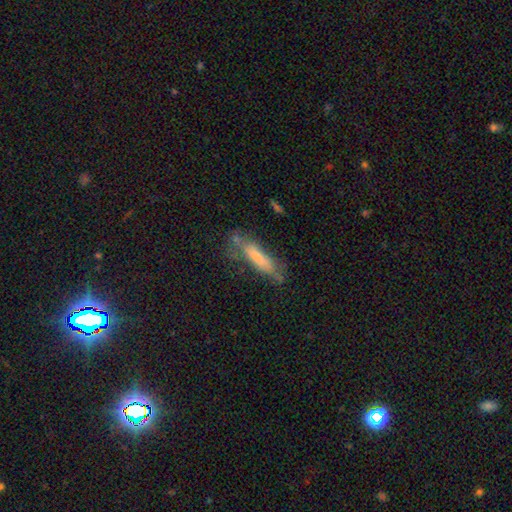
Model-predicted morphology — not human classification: smooth_or_featured: smooth (p=0.53) [alt: featured or disk p=0.37]
how_rounded: cigar-shaped (p=0.75) [alt: in between p=0.24]
merging: none (p=0.58) [alt: minor disturbance p=0.24]